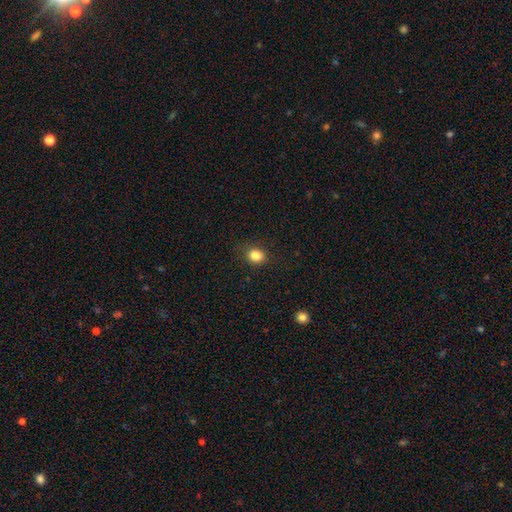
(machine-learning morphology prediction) Overall: smooth (84%). How rounded: round (61%; in between 38%). Merging: none (82%).